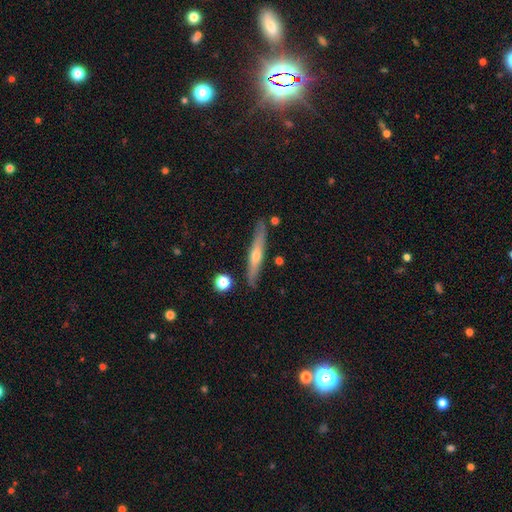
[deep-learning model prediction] Smooth or featured? Predicted: featured or disk (p=0.62). Edge-on disk? Predicted: yes (p=0.94). Edge-on bulge? Predicted: rounded (p=0.81). Merging? Predicted: none (p=0.87).